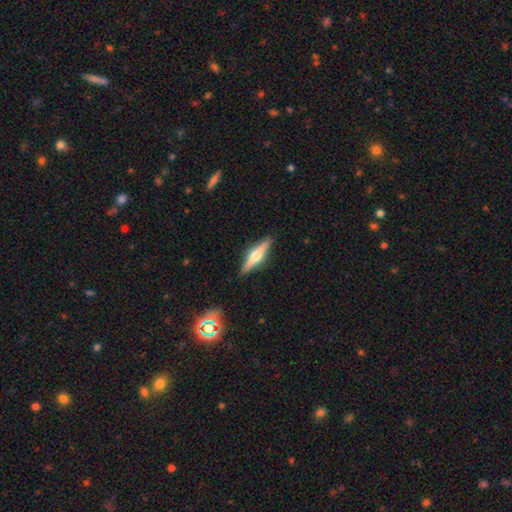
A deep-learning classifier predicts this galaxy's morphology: Smooth or featured? Predicted: featured or disk (p=0.62). Edge-on disk? Predicted: yes (p=0.97). Edge-on bulge? Predicted: rounded (p=0.91). Merging? Predicted: none (p=0.90).